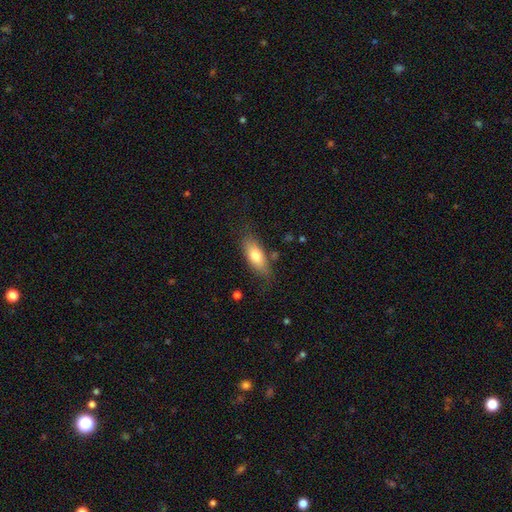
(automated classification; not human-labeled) The model was most divided on "smooth or featured": smooth: 73%, featured or disk: 20%, star or artifact: 6%. More confident: how rounded — in between (76%); merging — none (75%).